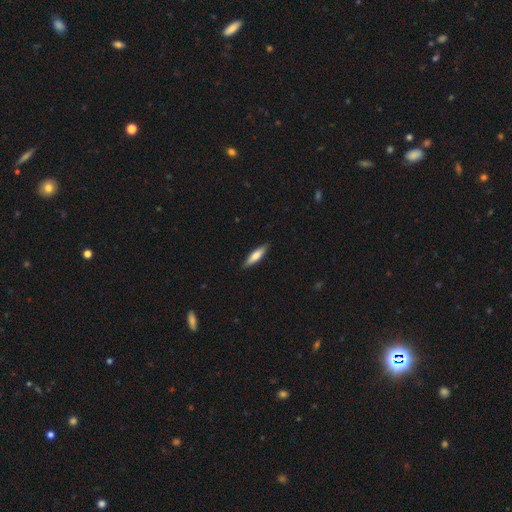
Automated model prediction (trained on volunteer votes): A smooth galaxy with no disk features (68%) that is cigar-shaped (69%). Merging: none (88%).